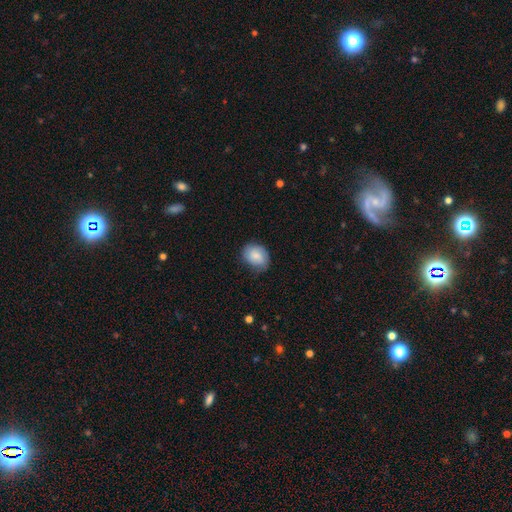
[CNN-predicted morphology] A smooth galaxy with no disk features (81%) that is in between round and cigar-shaped (55%).

Vote fractions:
- Smooth or featured? smooth: 81% / featured or disk: 12% / star or artifact: 7%
- How rounded? in between: 55% / round: 44% / cigar-shaped: 1%
- Merging? none: 68% / minor disturbance: 26% / major disturbance: 5% / merger: 1%